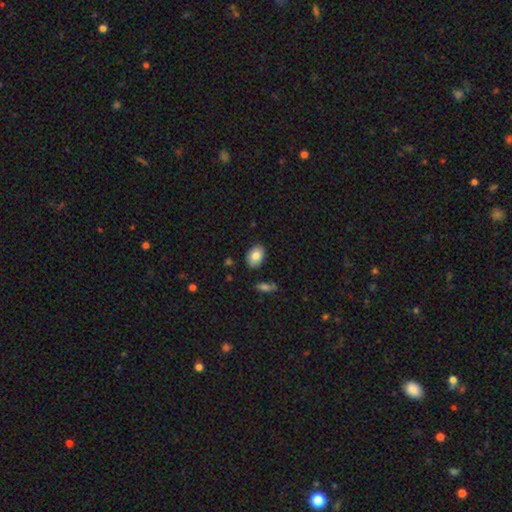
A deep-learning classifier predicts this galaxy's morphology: smooth 83%, featured or disk 10%, star or artifact 7%. Down the decision tree: how rounded — in between (83%); merging — none (86%).